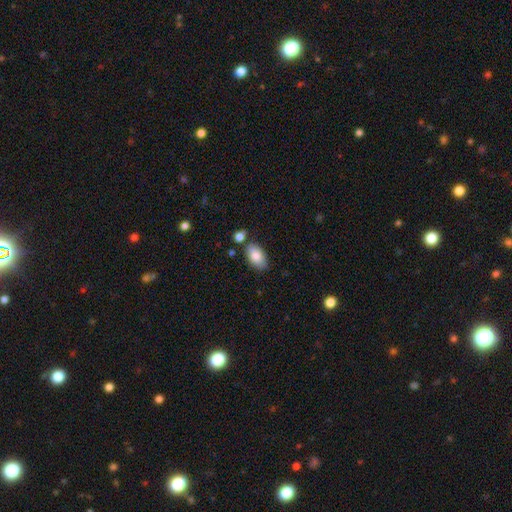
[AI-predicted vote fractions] smooth 83%, featured or disk 10%, star or artifact 7%. Down the decision tree: how rounded — in between (93%); merging — none (75%).